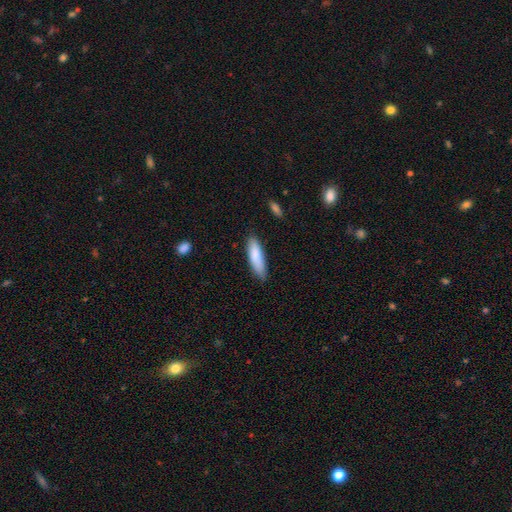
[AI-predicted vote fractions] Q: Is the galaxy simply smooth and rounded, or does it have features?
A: smooth — 85%.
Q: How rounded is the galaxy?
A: cigar-shaped — 61%.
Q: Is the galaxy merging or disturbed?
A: none — 82%.